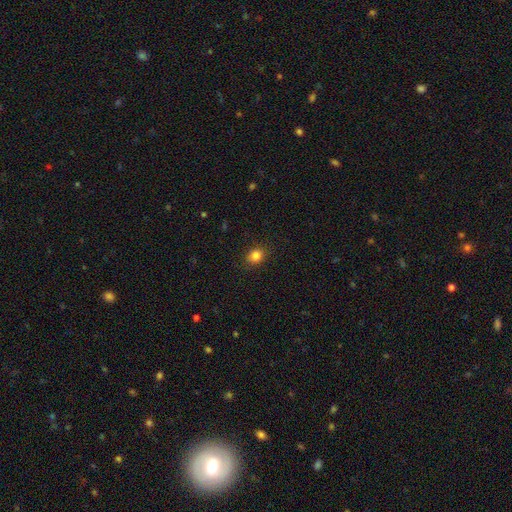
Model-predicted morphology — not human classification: smooth-or-featured: smooth: 84% | star or artifact: 11% | featured or disk: 5%
  how-rounded: round: 65% | in between: 34% | cigar-shaped: 1%
  merging: none: 88% | minor disturbance: 9% | major disturbance: 2% | merger: 1%